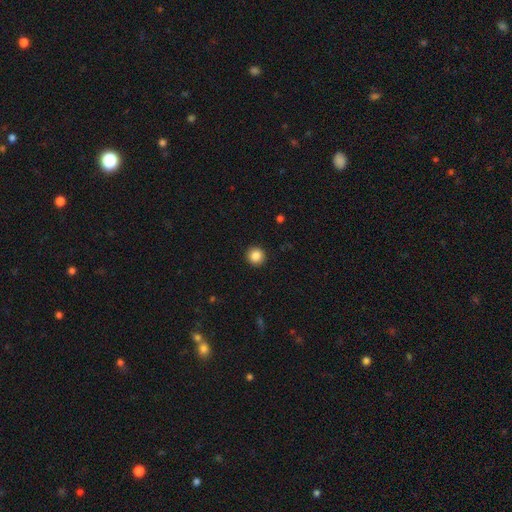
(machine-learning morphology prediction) A smooth galaxy with no disk features (86%) that is round (94%). Merging: none (93%).